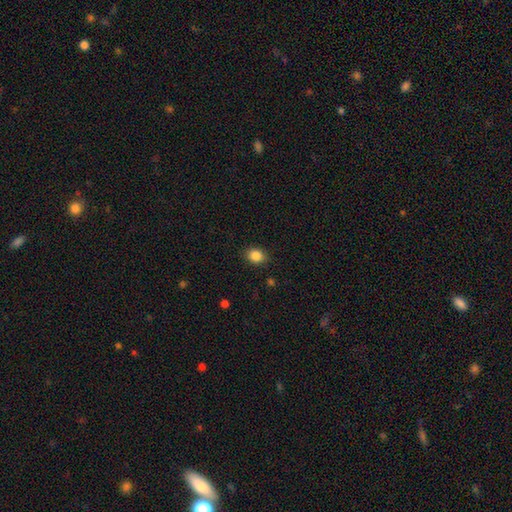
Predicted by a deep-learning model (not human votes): A smooth galaxy with no disk features (86%) that is round (55%).

Vote fractions:
- Smooth or featured? smooth: 86% / star or artifact: 10% / featured or disk: 4%
- How rounded? round: 55% / in between: 44% / cigar-shaped: 1%
- Merging? none: 87% / minor disturbance: 9% / major disturbance: 2% / merger: 1%